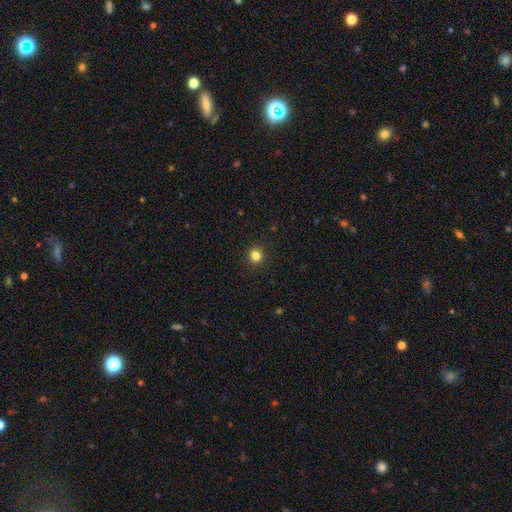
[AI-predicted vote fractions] Smooth or featured? smooth (82%)
How rounded? round (87%)
Merging? none (92%)